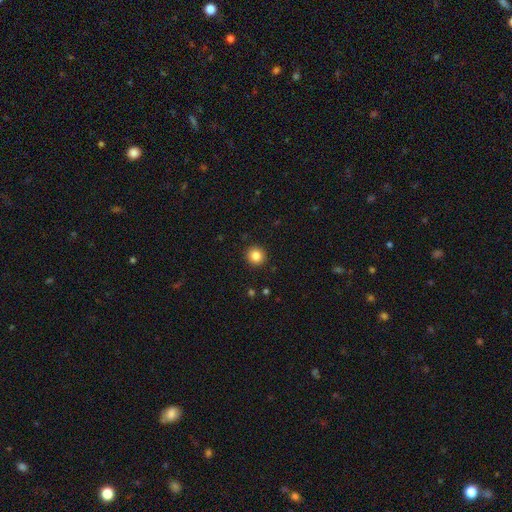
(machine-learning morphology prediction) A smooth galaxy with no disk features (84%) that is round (93%). Merging: none (92%).